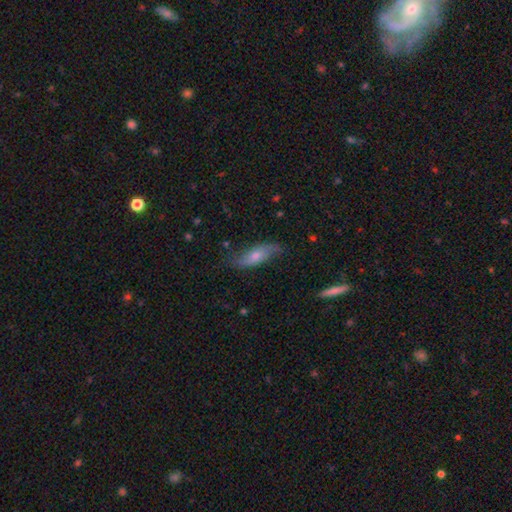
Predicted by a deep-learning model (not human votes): Q: Smooth or featured?
A: featured or disk (50%); runner-up: smooth (42%)
Q: Merging?
A: none (72%); runner-up: minor disturbance (21%)